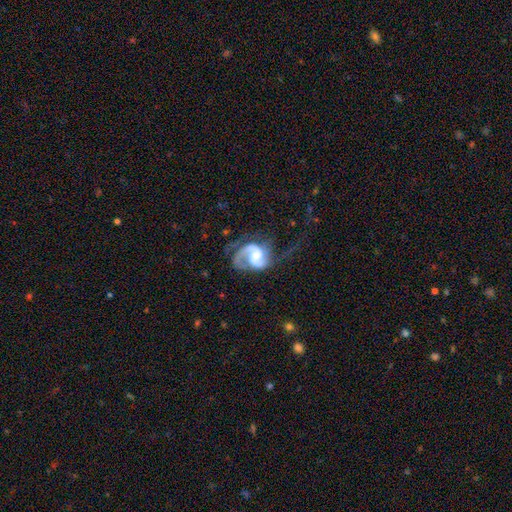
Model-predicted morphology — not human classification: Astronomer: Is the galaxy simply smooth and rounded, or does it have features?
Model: featured or disk — 86%.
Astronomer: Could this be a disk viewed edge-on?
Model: no — 98%.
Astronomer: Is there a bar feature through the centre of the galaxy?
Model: no — 47% (runner-up: weak, 42%).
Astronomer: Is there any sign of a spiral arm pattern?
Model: yes — 96%.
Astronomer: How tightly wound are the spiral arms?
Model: medium — 50% (runner-up: loose, 29%).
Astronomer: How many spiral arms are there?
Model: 2 — 75%.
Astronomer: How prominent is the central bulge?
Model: moderate — 40% (runner-up: small, 34%).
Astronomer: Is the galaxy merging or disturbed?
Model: none — 45% (runner-up: major disturbance, 31%).